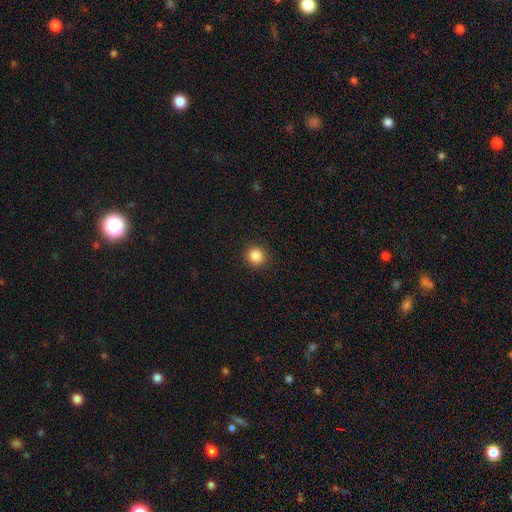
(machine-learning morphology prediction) type=smooth (86%); roundness=round (92%); merging=none (92%).